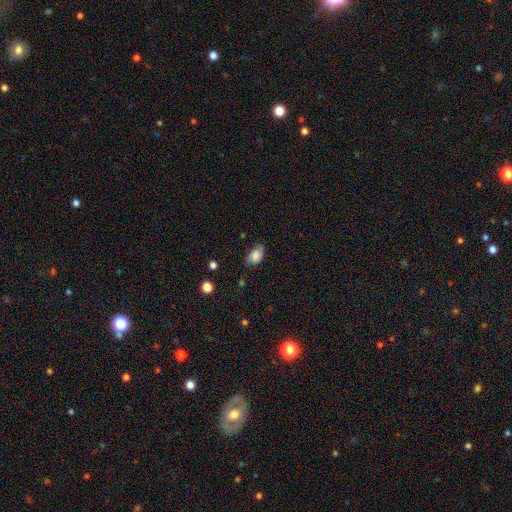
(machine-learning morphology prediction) Q: Smooth or featured?
A: smooth (71%); runner-up: featured or disk (20%)
Q: How rounded?
A: in between (87%); runner-up: round (11%)
Q: Merging?
A: none (66%); runner-up: minor disturbance (26%)